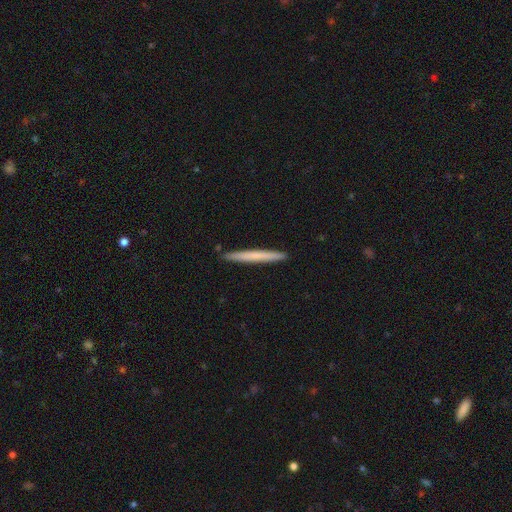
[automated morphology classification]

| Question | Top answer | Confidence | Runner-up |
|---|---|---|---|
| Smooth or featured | smooth | 62% | featured or disk (32%) |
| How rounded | cigar-shaped | 97% | in between (2%) |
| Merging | none | 92% | minor disturbance (6%) |